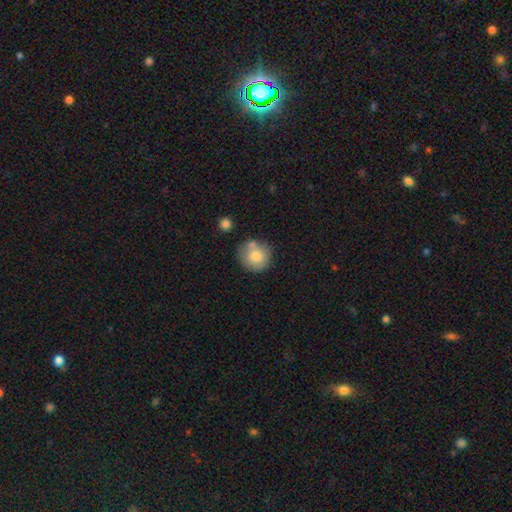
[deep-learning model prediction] Morphology: type=smooth (77%); roundness=round (89%); merging=none (63%).